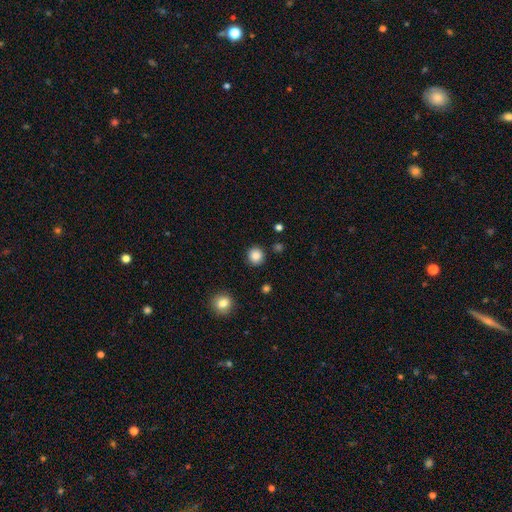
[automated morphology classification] smooth_or_featured: smooth (p=0.86) [alt: star or artifact p=0.10]
how_rounded: round (p=0.93) [alt: in between p=0.06]
merging: none (p=0.90) [alt: minor disturbance p=0.06]